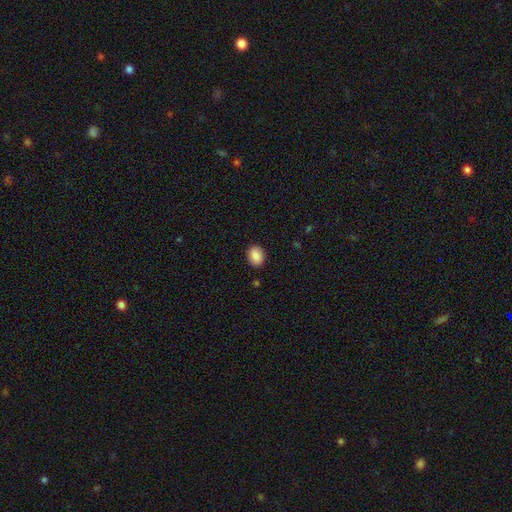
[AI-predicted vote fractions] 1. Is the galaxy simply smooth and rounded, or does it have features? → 87% smooth, 8% star or artifact, 5% featured or disk.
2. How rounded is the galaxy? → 68% in between, 31% round, 1% cigar-shaped.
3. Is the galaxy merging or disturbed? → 87% none, 9% minor disturbance, 2% major disturbance, 1% merger.